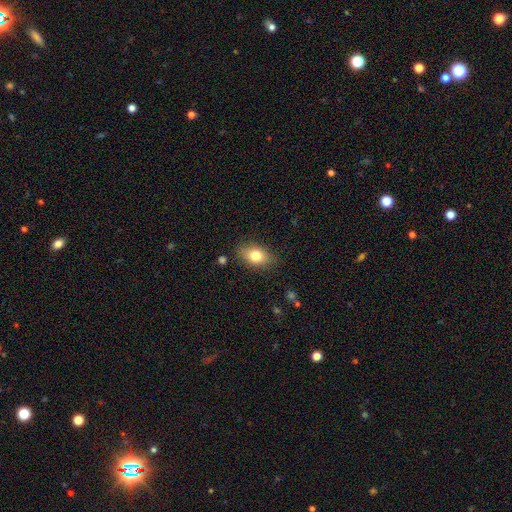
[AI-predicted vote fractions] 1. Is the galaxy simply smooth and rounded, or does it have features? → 80% smooth, 12% featured or disk, 8% star or artifact.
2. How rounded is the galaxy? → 84% in between, 14% round, 2% cigar-shaped.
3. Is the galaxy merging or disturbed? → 83% none, 12% minor disturbance, 3% major disturbance, 1% merger.